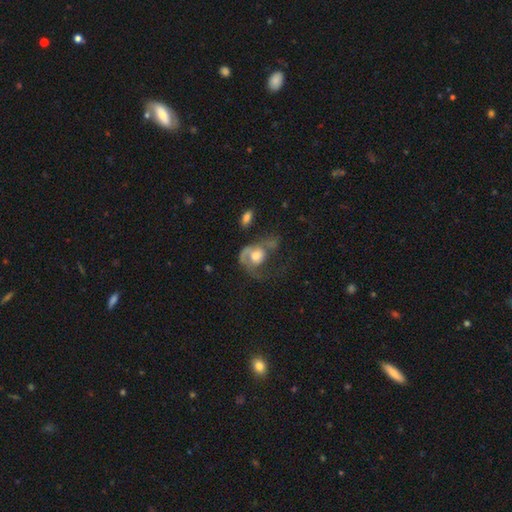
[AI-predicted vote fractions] Smooth or featured? featured or disk (52%)
Edge-on disk? no (96%)
Bar? no (80%)
Spiral arms? yes (59%)
Bulge size? moderate (52%)
Merging? major disturbance (55%)